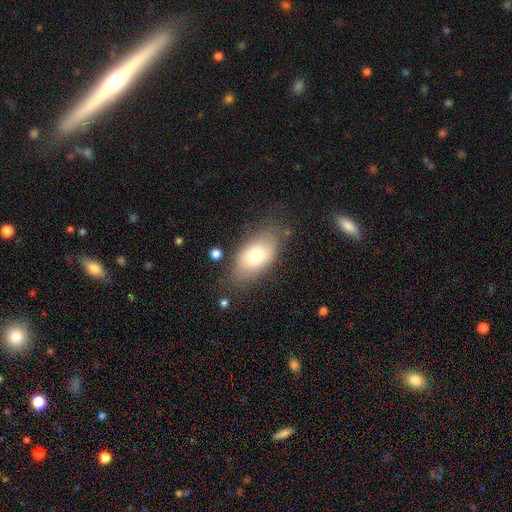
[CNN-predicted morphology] Overall: smooth (73%). How rounded: in between (90%). Merging: none (75%).